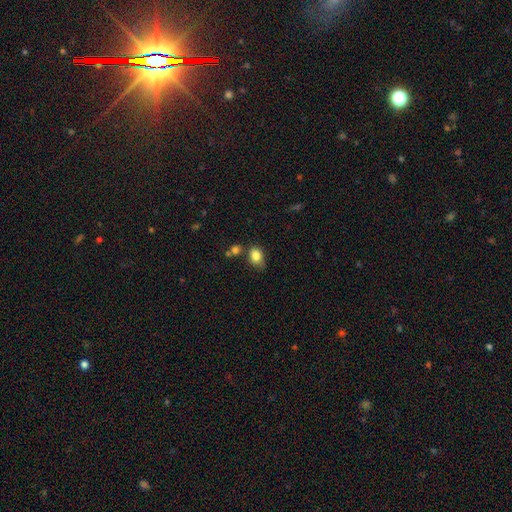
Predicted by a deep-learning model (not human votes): The model was most divided on "how rounded": in between: 63%, round: 35%, cigar-shaped: 1%. More confident: smooth or featured — smooth (83%); merging — none (56%).